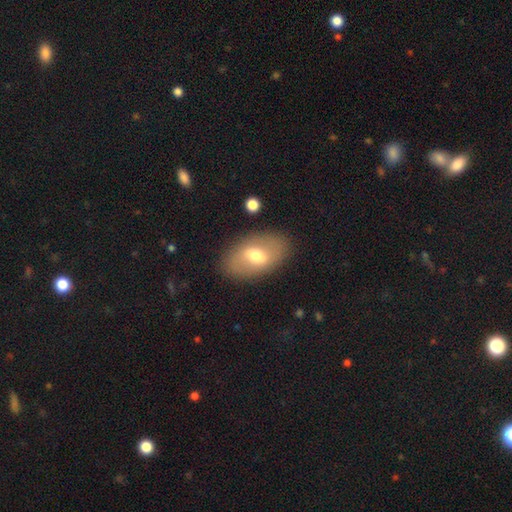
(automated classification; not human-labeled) This is possibly a smooth galaxy (54%). How rounded: clearly in between (90%). Merging: clearly none (83%).